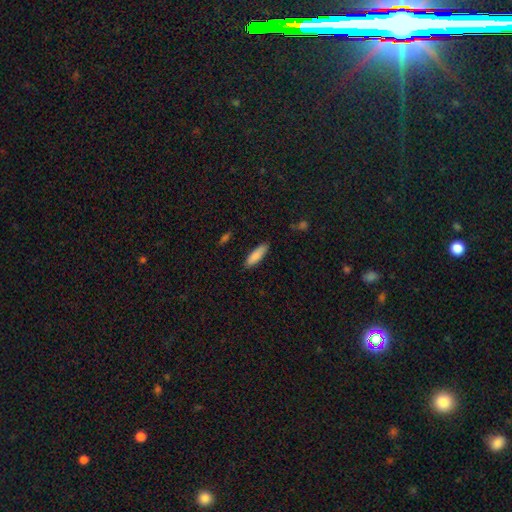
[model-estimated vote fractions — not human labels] smooth_or_featured: smooth (p=0.86) [alt: featured or disk p=0.08]
how_rounded: cigar-shaped (p=0.50) [alt: in between p=0.48]
merging: none (p=0.85) [alt: minor disturbance p=0.11]